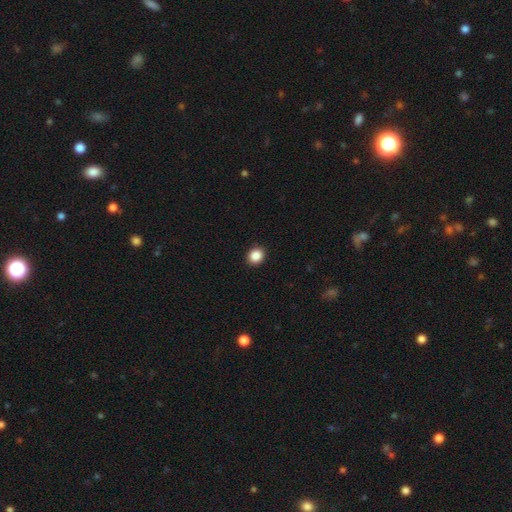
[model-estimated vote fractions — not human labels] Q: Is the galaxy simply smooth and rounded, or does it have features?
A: smooth — 88%.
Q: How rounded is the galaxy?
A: round — 69%.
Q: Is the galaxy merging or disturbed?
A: none — 92%.